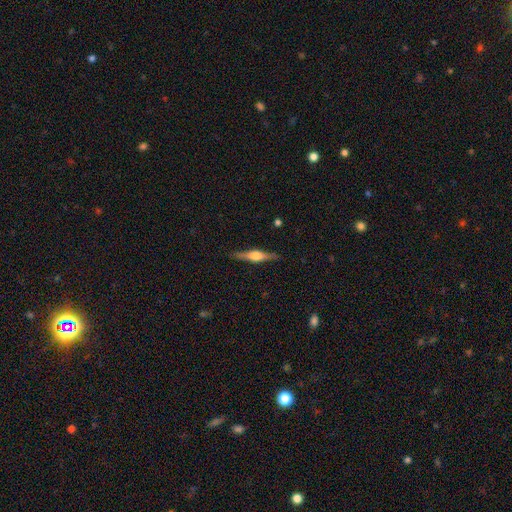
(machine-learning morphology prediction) smooth-or-featured: featured or disk: 74% | smooth: 20% | star or artifact: 6%
  disk-edge-on: yes: 97% | no: 3%
    edge-on-bulge: rounded: 86% | boxy: 12% | none: 3%
  merging: none: 89% | minor disturbance: 9% | major disturbance: 2% | merger: 1%